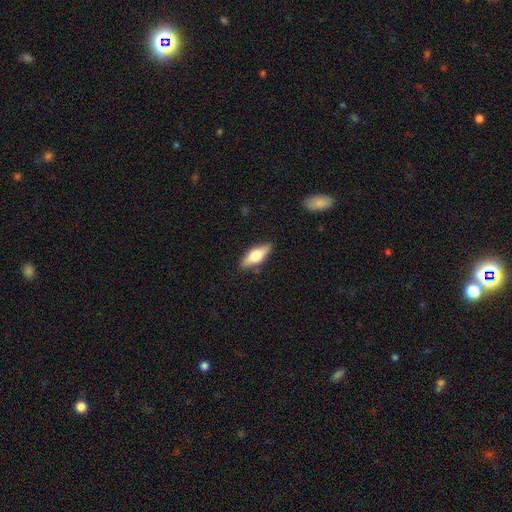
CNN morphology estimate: Overall: featured or disk (49%; smooth 45%). Merging: none (87%).